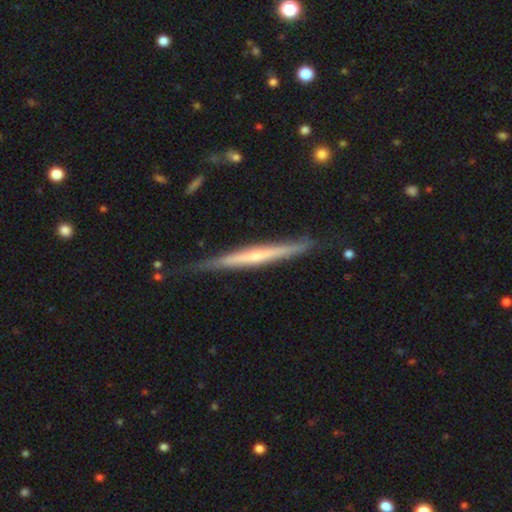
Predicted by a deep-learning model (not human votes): This appears to be a featured or disk galaxy (68%) viewed edge-on (96%) with no central bulge (49%). Merging: none (81%).